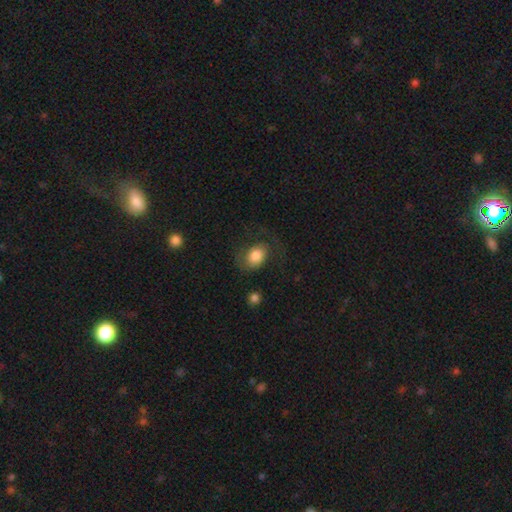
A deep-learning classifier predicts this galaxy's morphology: Smooth or featured? smooth (71%)
How rounded? in between (71%)
Merging? none (50%)